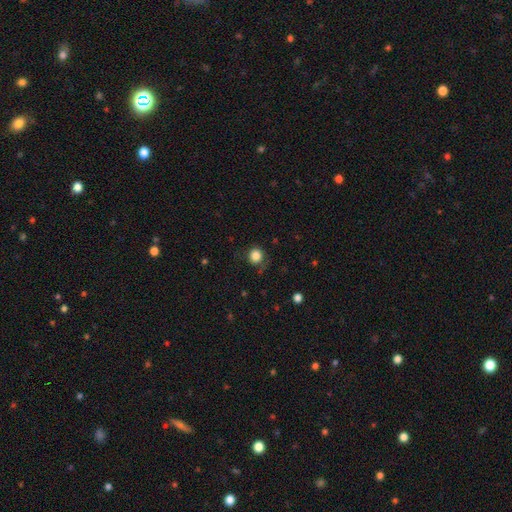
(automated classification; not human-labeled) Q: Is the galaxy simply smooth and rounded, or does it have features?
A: smooth — 84%.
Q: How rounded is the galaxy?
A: round — 90%.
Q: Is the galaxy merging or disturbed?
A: none — 77%.